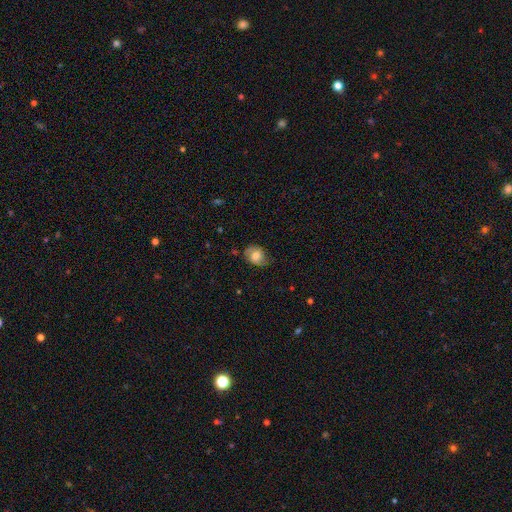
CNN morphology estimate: Smooth or featured? smooth (49%)
Merging? none (66%)